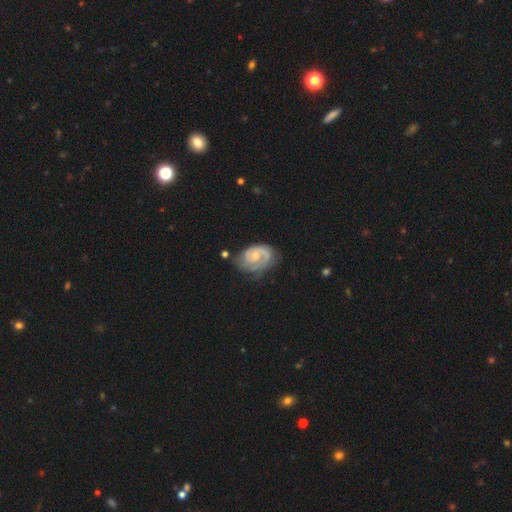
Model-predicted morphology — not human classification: smooth_or_featured: featured or disk (p=0.85) [alt: smooth p=0.10]
disk_edge_on: no (p=0.98) [alt: yes p=0.02]
bar: no (p=0.62) [alt: weak p=0.33]
has_spiral_arms: yes (p=0.96) [alt: no p=0.04]
spiral_winding: tight (p=0.57) [alt: medium p=0.34]
spiral_arm_count: 2 (p=0.64) [alt: can't tell p=0.13]
bulge_size: moderate (p=0.53) [alt: small p=0.43]
merging: none (p=0.61) [alt: minor disturbance p=0.26]